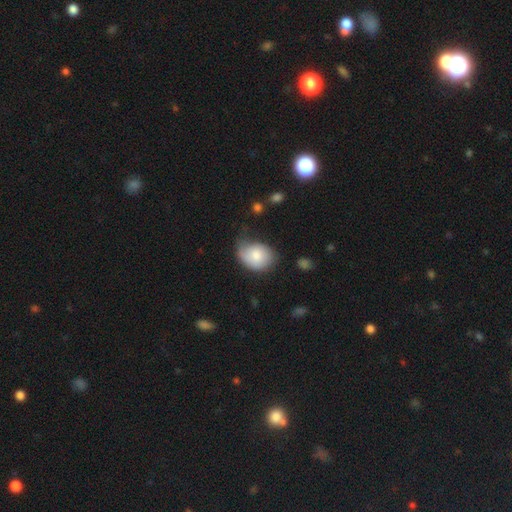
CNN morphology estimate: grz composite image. It shows a smooth galaxy with no disk features (75%) that is in between round and cigar-shaped (59%). Merging: none (44%).